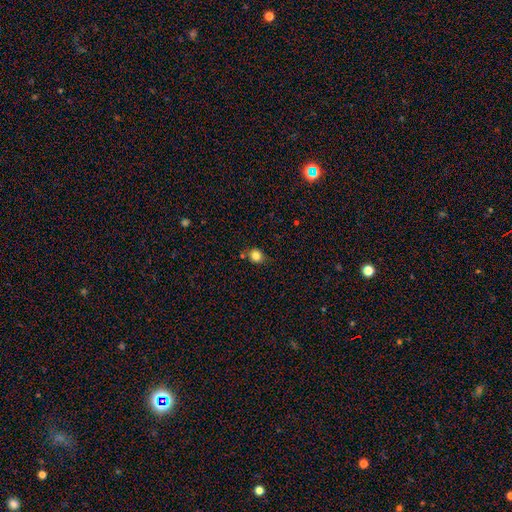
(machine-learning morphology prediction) smooth_or_featured: smooth (p=0.82) [alt: star or artifact p=0.12]
how_rounded: round (p=0.78) [alt: in between p=0.21]
merging: none (p=0.72) [alt: minor disturbance p=0.17]